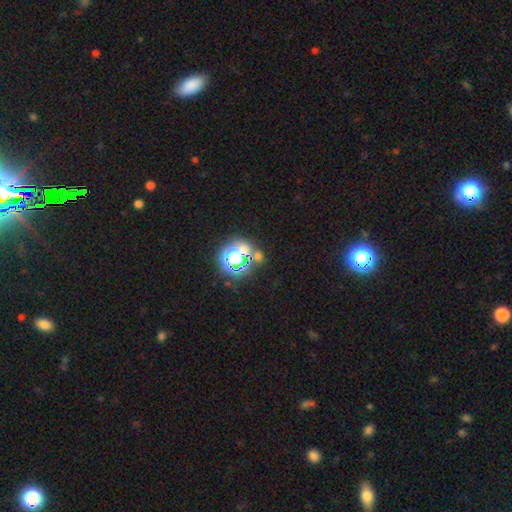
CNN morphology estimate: Overall: star or artifact (67%).